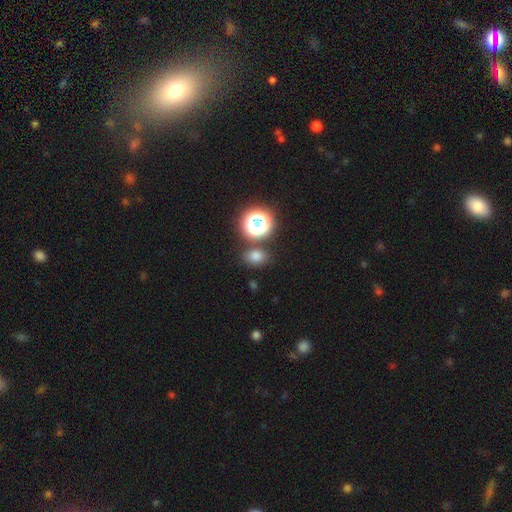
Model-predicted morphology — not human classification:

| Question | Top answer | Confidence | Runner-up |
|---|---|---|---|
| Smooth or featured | smooth | 71% | star or artifact (22%) |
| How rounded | in between | 57% | round (41%) |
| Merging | none | 78% | minor disturbance (10%) |